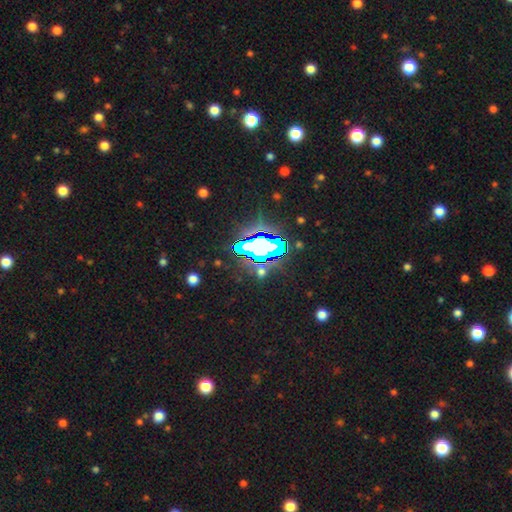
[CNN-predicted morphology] Smooth or featured? star or artifact (55%)